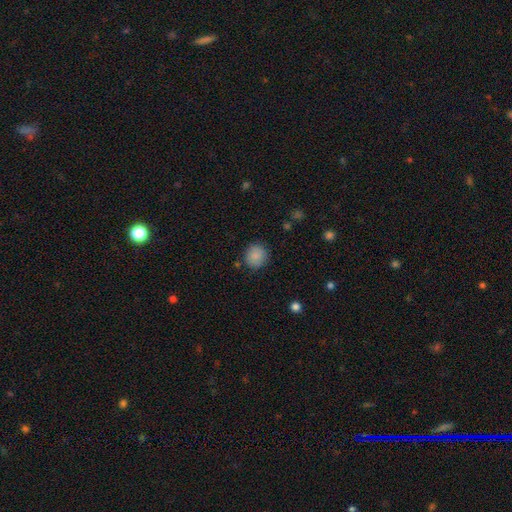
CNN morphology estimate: A smooth galaxy with no disk features (87%) that is round (87%).

Vote fractions:
- Smooth or featured? smooth: 87% / star or artifact: 8% / featured or disk: 4%
- How rounded? round: 87% / in between: 12% / cigar-shaped: 1%
- Merging? none: 86% / minor disturbance: 10% / major disturbance: 3% / merger: 2%